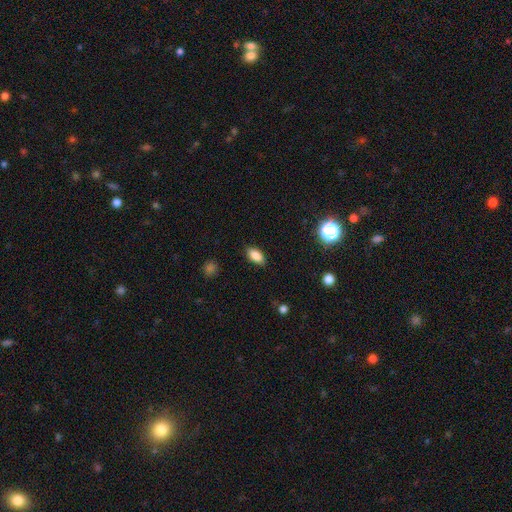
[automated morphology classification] Smooth or featured? Predicted: smooth (p=0.86). How rounded? Predicted: in between (p=0.90). Merging? Predicted: none (p=0.86).